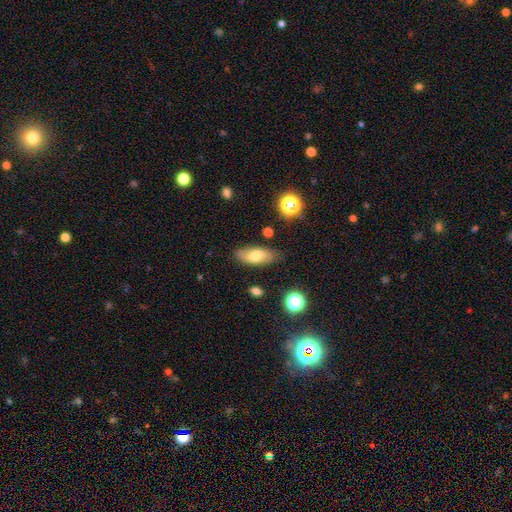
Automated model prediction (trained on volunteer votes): A smooth galaxy with no disk features (68%) that is in between round and cigar-shaped (81%).

Vote fractions:
- Smooth or featured? smooth: 68% / featured or disk: 24% / star or artifact: 8%
- How rounded? in between: 81% / cigar-shaped: 16% / round: 3%
- Merging? none: 77% / minor disturbance: 17% / major disturbance: 4% / merger: 3%